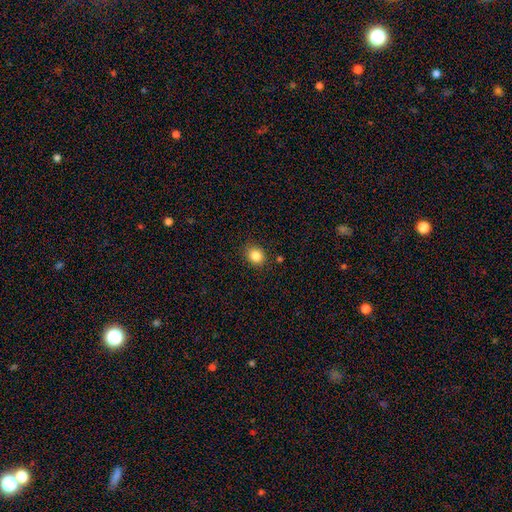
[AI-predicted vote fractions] Morphology: type=smooth (85%); roundness=round (63%); merging=none (87%).